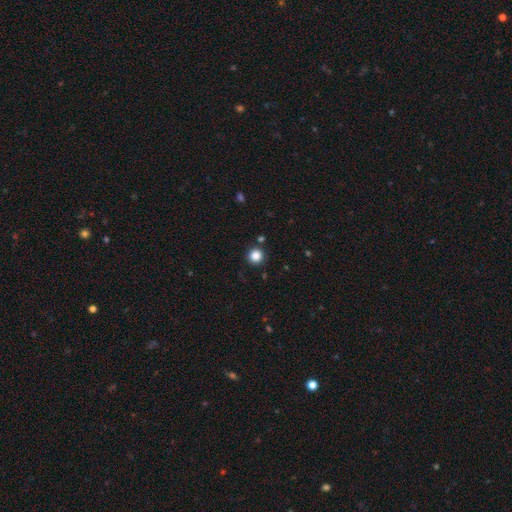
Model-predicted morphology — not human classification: A smooth galaxy with no disk features (85%) that is round (95%). Merging: none (90%).